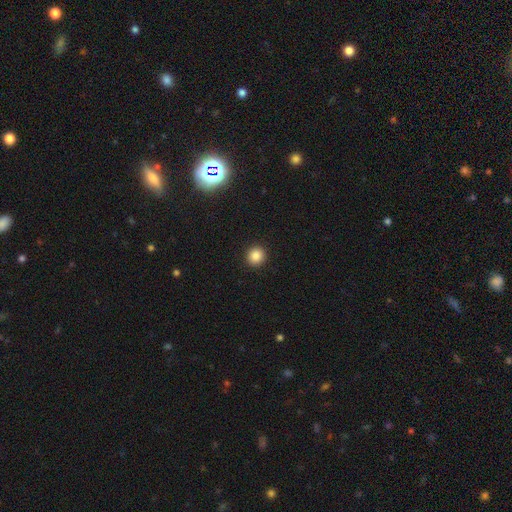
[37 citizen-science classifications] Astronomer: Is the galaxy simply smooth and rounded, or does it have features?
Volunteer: smooth — 95%.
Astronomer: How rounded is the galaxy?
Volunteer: round — 94%.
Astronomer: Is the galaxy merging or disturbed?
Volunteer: none — 92%.